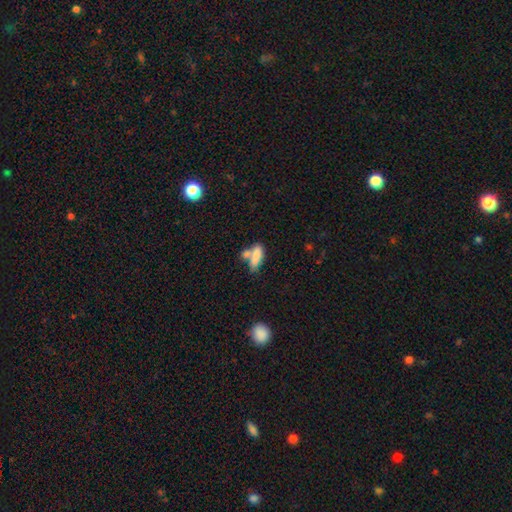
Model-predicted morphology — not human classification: smooth-or-featured: smooth: 76% | featured or disk: 16% | star or artifact: 9%
  how-rounded: in between: 66% | cigar-shaped: 31% | round: 3%
  merging: merger: 49% | none: 31% | minor disturbance: 13% | major disturbance: 7%